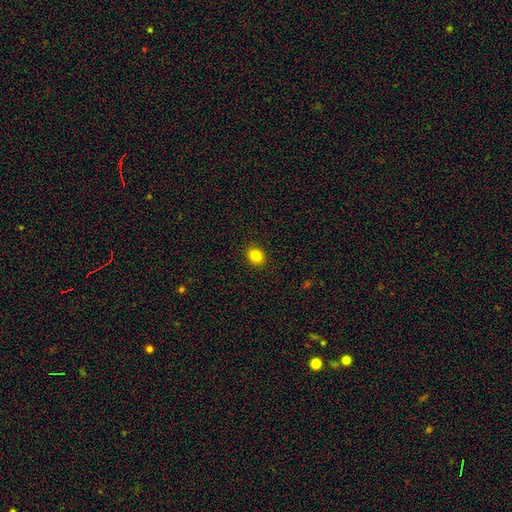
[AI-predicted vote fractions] Smooth or featured?
  - smooth: 84% *
  - star or artifact: 11%
  - featured or disk: 5%
How rounded?
  - round: 62% *
  - in between: 37%
  - cigar-shaped: 1%
Merging?
  - none: 92% *
  - minor disturbance: 6%
  - major disturbance: 2%
  - merger: 1%